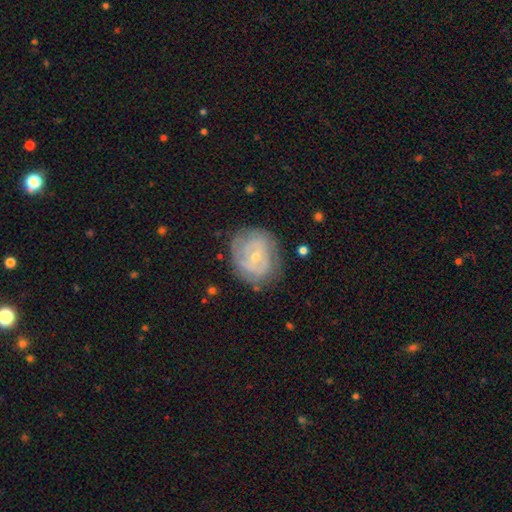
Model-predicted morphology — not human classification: smooth-or-featured: featured or disk: 74% | smooth: 20% | star or artifact: 6%
  disk-edge-on: no: 97% | yes: 3%
    bar: no: 62% | weak: 31% | strong: 6%
    has-spiral-arms: yes: 82% | no: 18%
      spiral-winding: tight: 64% | medium: 27% | loose: 9%
      spiral-arm-count: can't tell: 40% | 2: 34% | 3: 13% | 1: 5% | 4: 4% | more than 4: 3%
    bulge-size: small: 59% | moderate: 38% | large: 1% | none: 1% | dominant: 1%
  merging: none: 71% | minor disturbance: 20% | major disturbance: 8% | merger: 1%